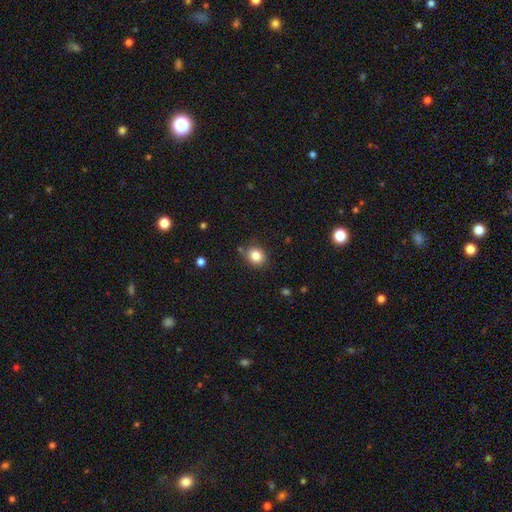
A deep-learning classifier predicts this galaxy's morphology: Overall: smooth (83%). How rounded: round (70%). Merging: none (82%).